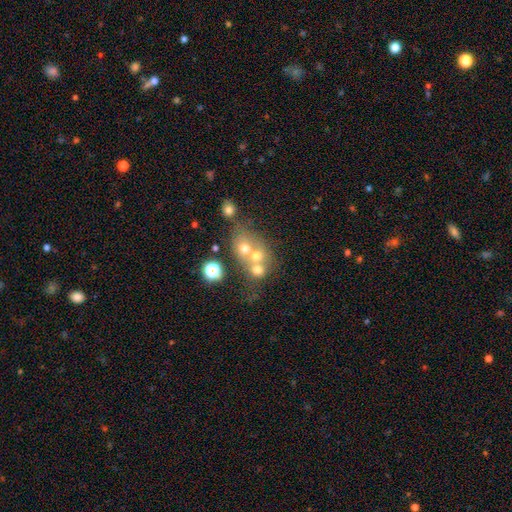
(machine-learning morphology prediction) Overall: smooth (56%; featured or disk 26%). How rounded: round (68%; in between 31%). Merging: merger (57%; none 30%).